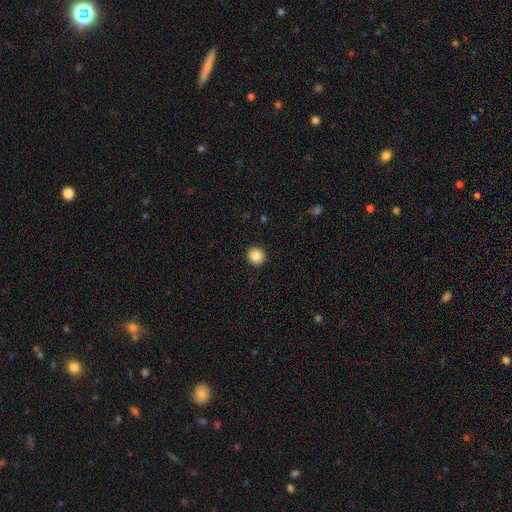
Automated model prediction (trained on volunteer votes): Morphology: type=smooth (86%); roundness=round (94%); merging=none (93%).